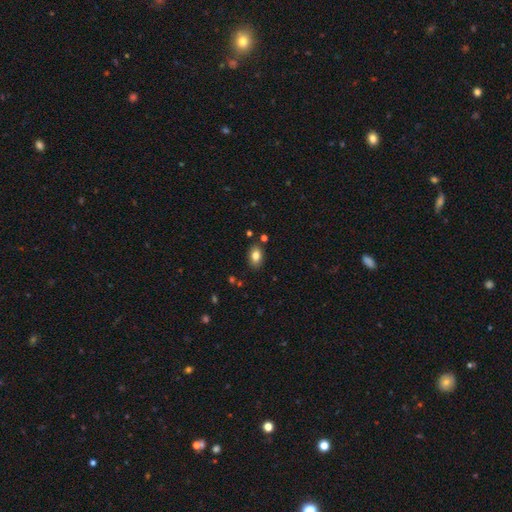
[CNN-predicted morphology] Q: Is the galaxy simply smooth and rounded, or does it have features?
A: smooth — 82%.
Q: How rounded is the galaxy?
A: in between — 83%.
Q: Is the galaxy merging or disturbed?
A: none — 83%.